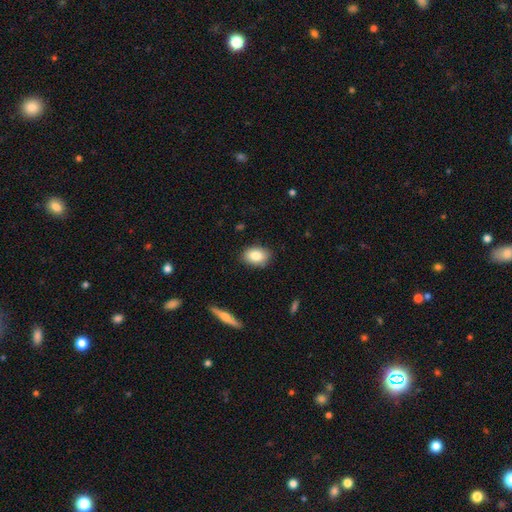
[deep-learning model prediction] Smooth or featured: smooth — 82% (featured or disk — 10%)
How rounded: in between — 83% (round — 15%)
Merging: none — 86% (minor disturbance — 11%)